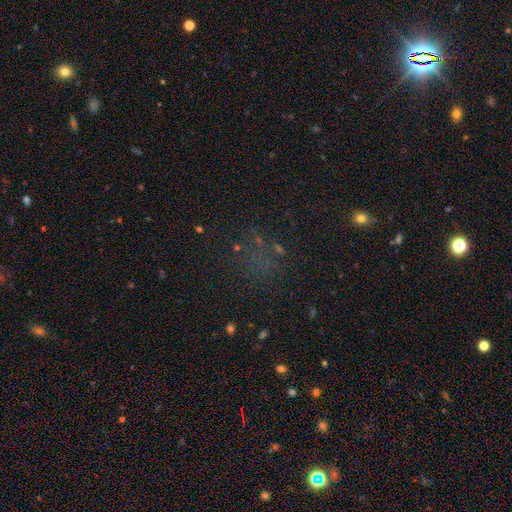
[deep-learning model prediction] The model was most divided on "smooth or featured": star or artifact: 54%, smooth: 34%, featured or disk: 13%.